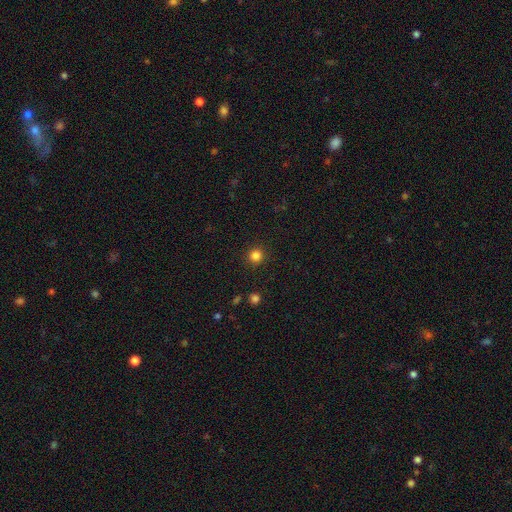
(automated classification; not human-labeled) Overall: smooth (84%). How rounded: round (94%). Merging: none (91%).